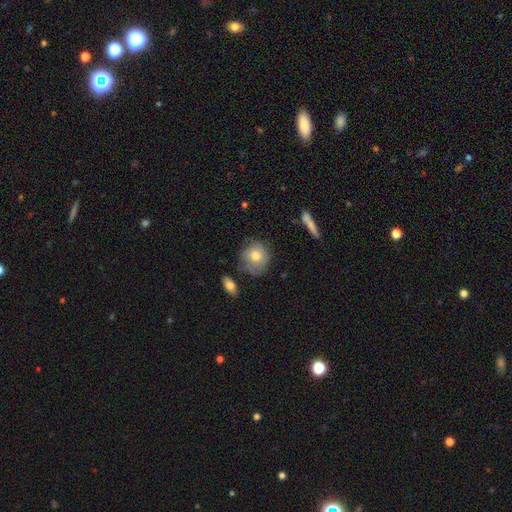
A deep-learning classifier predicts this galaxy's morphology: A smooth galaxy with no disk features (70%) that is round (86%). Merging: none (67%).